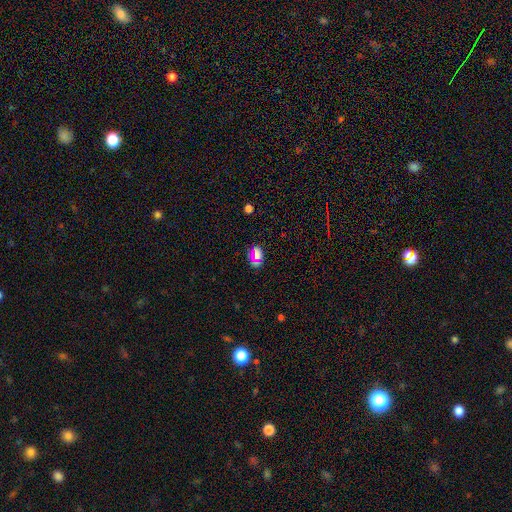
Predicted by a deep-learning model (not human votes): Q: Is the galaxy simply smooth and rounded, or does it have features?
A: smooth — 58%.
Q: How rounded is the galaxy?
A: in between — 66%.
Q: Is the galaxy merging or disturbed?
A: none — 76%.